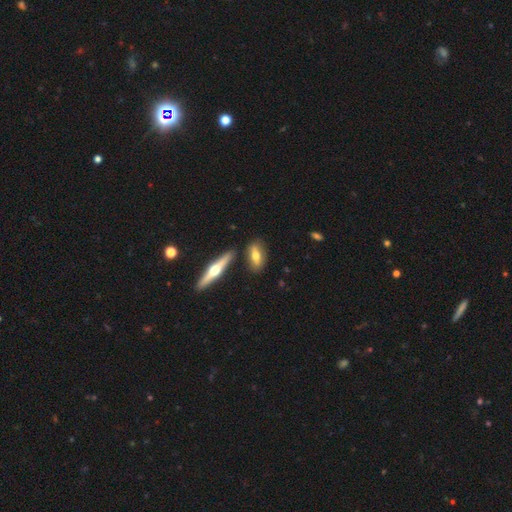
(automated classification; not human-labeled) Q: Smooth or featured?
A: smooth (53%); runner-up: featured or disk (41%)
Q: How rounded?
A: in between (66%); runner-up: cigar-shaped (29%)
Q: Merging?
A: none (79%); runner-up: minor disturbance (12%)